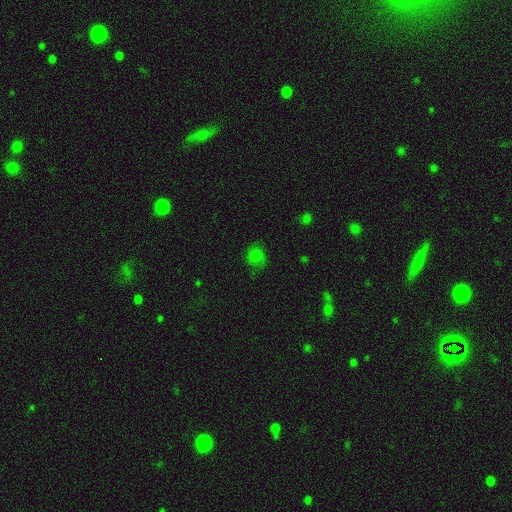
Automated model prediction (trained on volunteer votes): Morphology: type=smooth (72%); roundness=round (70%); merging=none (64%).